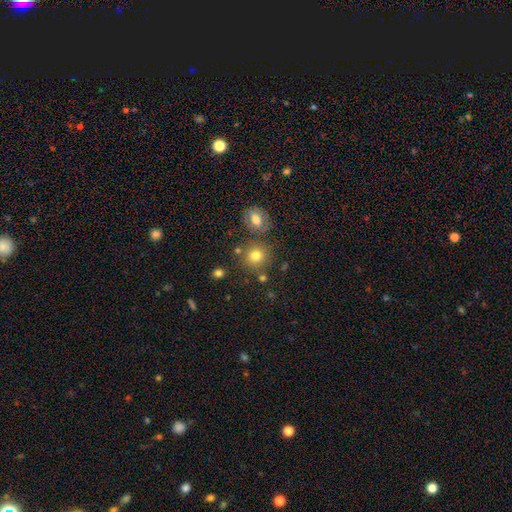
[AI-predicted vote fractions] Smooth or featured: smooth — 78% (star or artifact — 12%)
How rounded: round — 86% (in between — 13%)
Merging: none — 73% (merger — 12%)